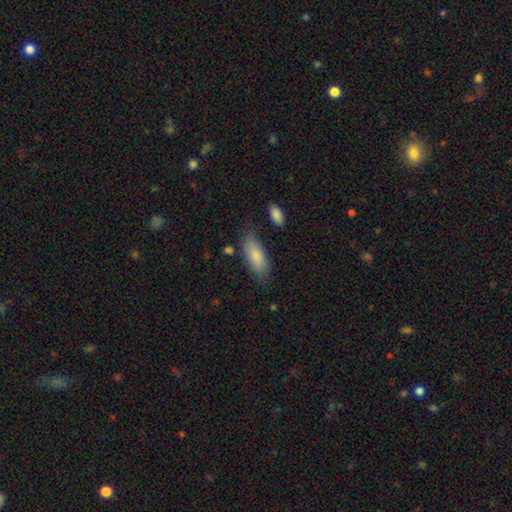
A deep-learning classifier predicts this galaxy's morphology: Overall: smooth (82%). How rounded: in between (80%). Merging: none (69%).